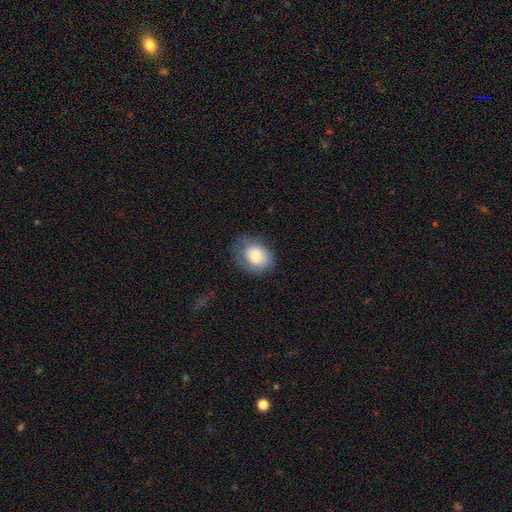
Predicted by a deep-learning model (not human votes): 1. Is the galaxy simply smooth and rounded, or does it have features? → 78% smooth, 15% featured or disk, 7% star or artifact.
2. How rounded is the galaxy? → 60% in between, 39% round, 1% cigar-shaped.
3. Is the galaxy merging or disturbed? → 59% none, 26% minor disturbance, 13% major disturbance, 1% merger.